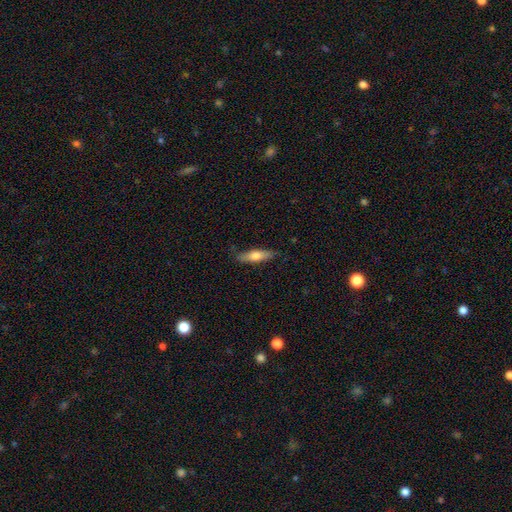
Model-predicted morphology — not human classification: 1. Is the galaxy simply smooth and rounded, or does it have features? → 64% smooth, 30% featured or disk, 6% star or artifact.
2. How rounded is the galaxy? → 62% cigar-shaped, 36% in between, 2% round.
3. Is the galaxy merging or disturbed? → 82% none, 14% minor disturbance, 3% major disturbance, 1% merger.